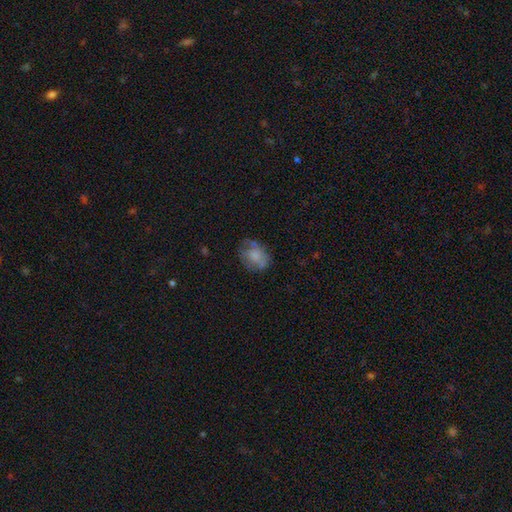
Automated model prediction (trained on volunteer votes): Q: Smooth or featured?
A: smooth (62%); runner-up: featured or disk (28%)
Q: How rounded?
A: in between (63%); runner-up: round (36%)
Q: Merging?
A: none (53%); runner-up: minor disturbance (27%)